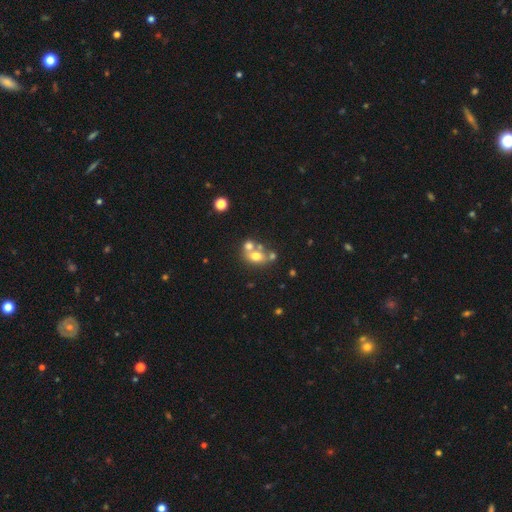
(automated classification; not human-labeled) A smooth galaxy with no disk features (64%) that is in between round and cigar-shaped (54%). Merging: merger (46%).